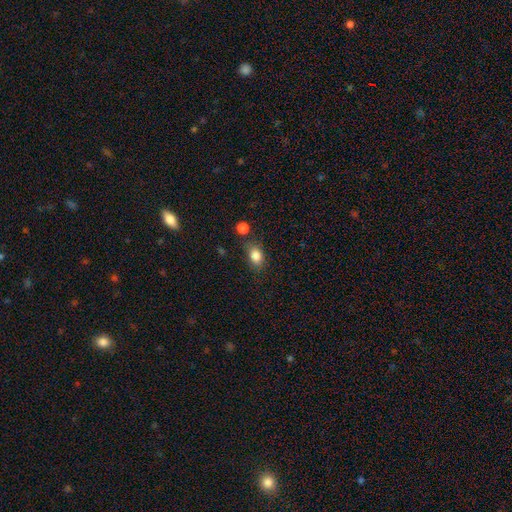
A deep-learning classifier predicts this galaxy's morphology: The model was most divided on "how rounded": in between: 74%, round: 25%, cigar-shaped: 2%. More confident: smooth or featured — smooth (84%); merging — none (72%).